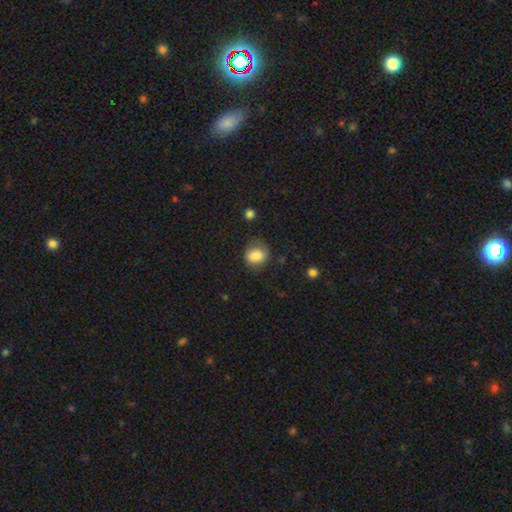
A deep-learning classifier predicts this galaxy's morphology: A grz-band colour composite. It shows a smooth galaxy with no disk features (85%) that is round (60%). Merging: none (70%).